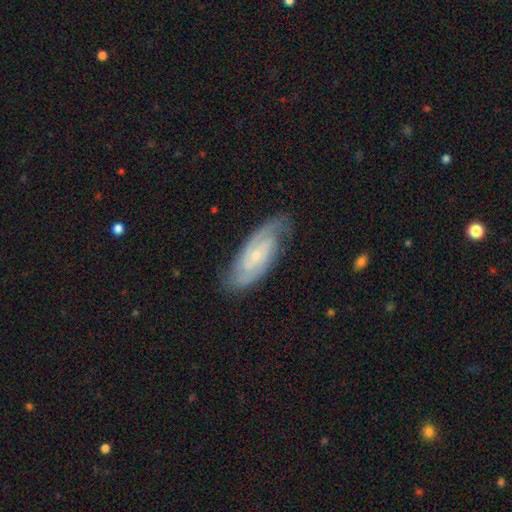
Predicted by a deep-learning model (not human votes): smooth-or-featured: featured or disk: 84% | smooth: 10% | star or artifact: 5%
  disk-edge-on: no: 93% | yes: 7%
    bar: no: 49% | weak: 39% | strong: 11%
    has-spiral-arms: yes: 97% | no: 3%
      spiral-winding: tight: 49% | medium: 41% | loose: 10%
      spiral-arm-count: 2: 72% | can't tell: 11% | 3: 10% | 4: 2% | 1: 2% | more than 4: 2%
    bulge-size: small: 77% | moderate: 17% | none: 4% | large: 1% | dominant: 1%
  merging: none: 79% | minor disturbance: 15% | major disturbance: 4% | merger: 1%